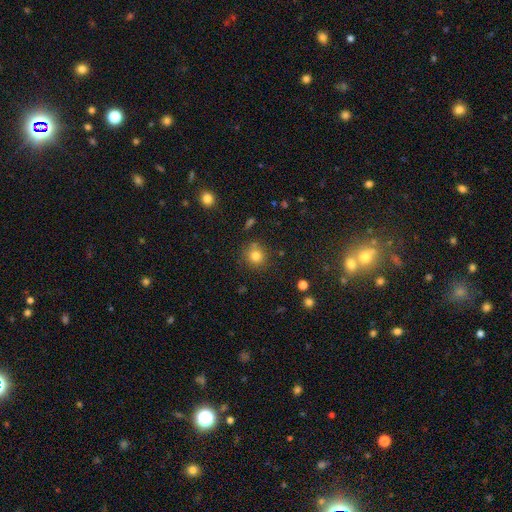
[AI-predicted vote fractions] Smooth or featured? smooth (81%)
How rounded? round (90%)
Merging? none (79%)